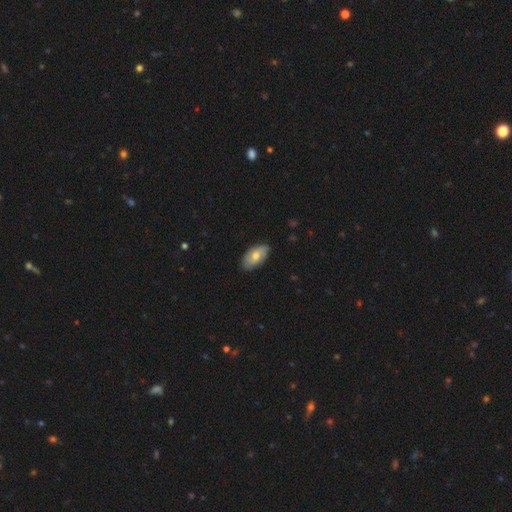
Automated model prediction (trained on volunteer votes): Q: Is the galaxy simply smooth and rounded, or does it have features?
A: smooth — 62%.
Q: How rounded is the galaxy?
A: in between — 93%.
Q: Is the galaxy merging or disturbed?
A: none — 81%.